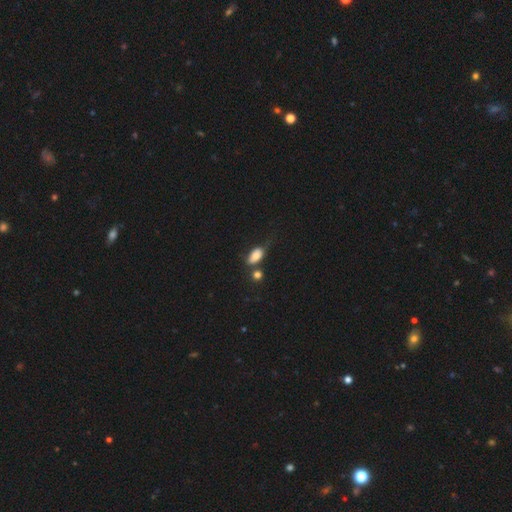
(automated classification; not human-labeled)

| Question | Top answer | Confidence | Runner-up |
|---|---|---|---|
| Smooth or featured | smooth | 78% | featured or disk (13%) |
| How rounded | in between | 88% | round (7%) |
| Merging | none | 45% | minor disturbance (25%) |